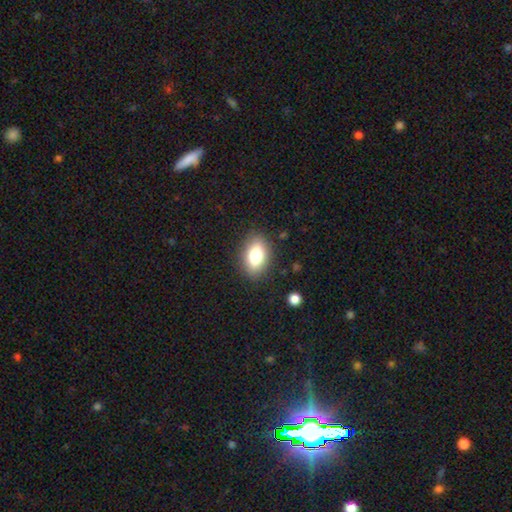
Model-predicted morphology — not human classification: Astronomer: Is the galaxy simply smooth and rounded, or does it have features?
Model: smooth — 77%.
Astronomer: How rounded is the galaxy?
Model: in between — 86%.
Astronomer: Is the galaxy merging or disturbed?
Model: none — 85%.